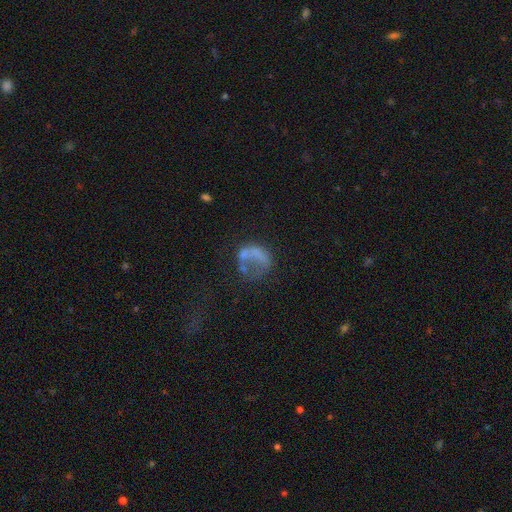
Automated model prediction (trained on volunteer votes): Morphology: type=smooth (42%); merging=none (37%).